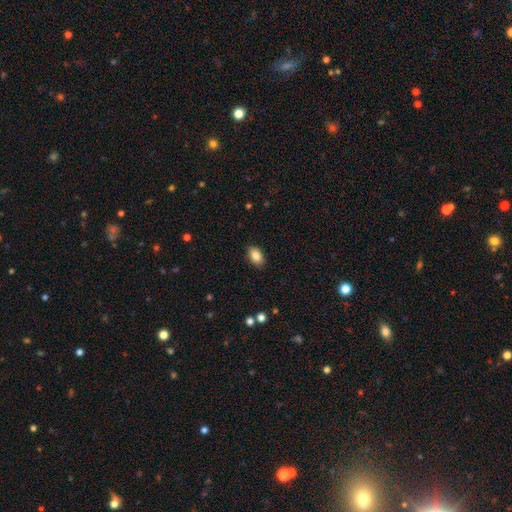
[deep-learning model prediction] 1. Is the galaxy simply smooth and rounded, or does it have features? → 86% smooth, 8% star or artifact, 6% featured or disk.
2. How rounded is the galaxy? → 89% in between, 10% round, 1% cigar-shaped.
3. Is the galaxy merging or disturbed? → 88% none, 9% minor disturbance, 2% major disturbance, 1% merger.